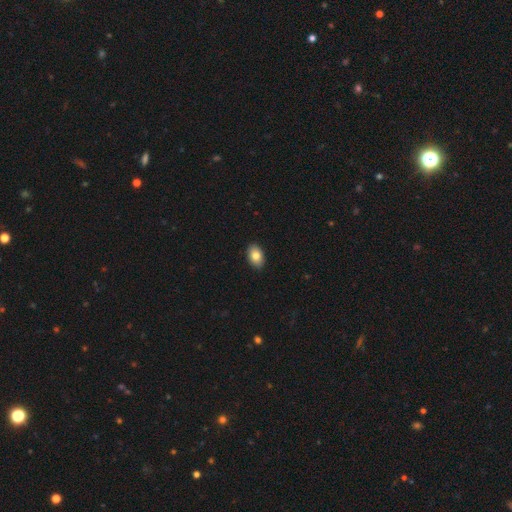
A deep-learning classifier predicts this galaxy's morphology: Smooth or featured: smooth — 83% (featured or disk — 10%)
How rounded: in between — 90% (round — 9%)
Merging: none — 91% (minor disturbance — 7%)